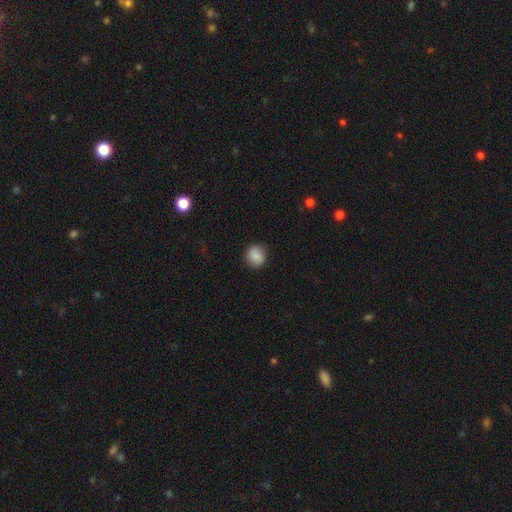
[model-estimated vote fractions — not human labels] Smooth or featured?
  - smooth: 85% *
  - star or artifact: 8%
  - featured or disk: 7%
How rounded?
  - round: 84% *
  - in between: 15%
  - cigar-shaped: 1%
Merging?
  - none: 86% *
  - minor disturbance: 10%
  - major disturbance: 3%
  - merger: 1%